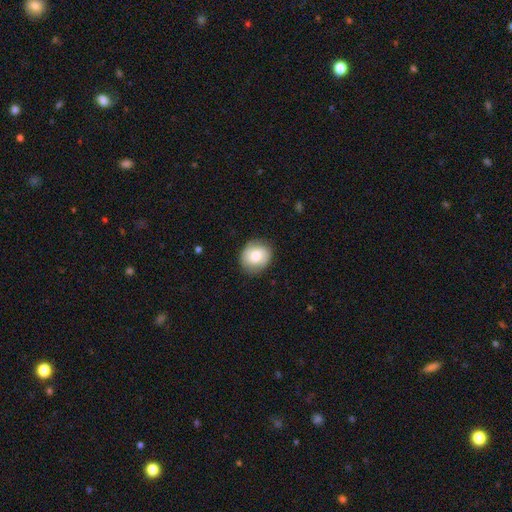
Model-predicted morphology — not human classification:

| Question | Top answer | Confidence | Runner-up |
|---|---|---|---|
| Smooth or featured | smooth | 76% | featured or disk (16%) |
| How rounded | round | 75% | in between (24%) |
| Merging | none | 84% | minor disturbance (12%) |